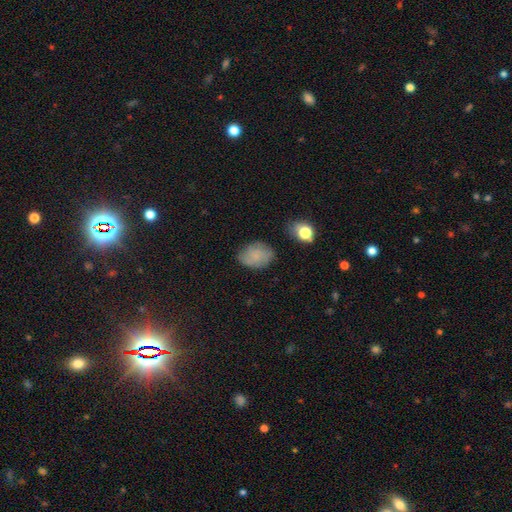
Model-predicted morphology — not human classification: The model was most divided on "how rounded": in between: 65%, round: 34%, cigar-shaped: 1%. More confident: merging — none (72%); smooth or featured — smooth (68%).